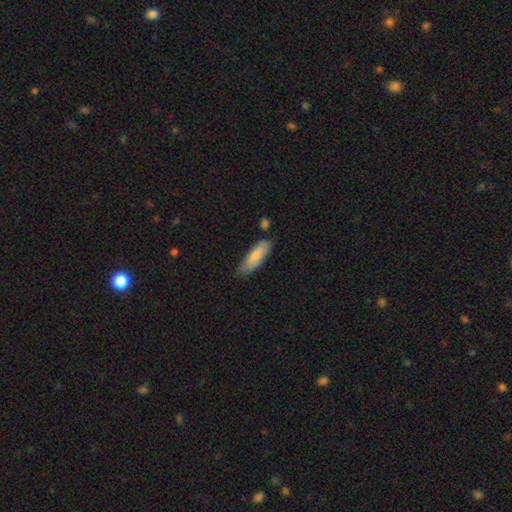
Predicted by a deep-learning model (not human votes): Smooth or featured? Predicted: smooth (p=0.79). How rounded? Predicted: in between (p=0.58). Merging? Predicted: none (p=0.70).